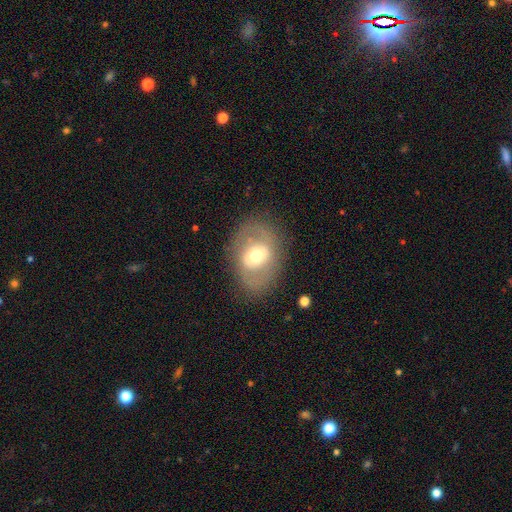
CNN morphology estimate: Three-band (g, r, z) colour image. It shows a featured or disk galaxy (50%). Merging: none (77%).